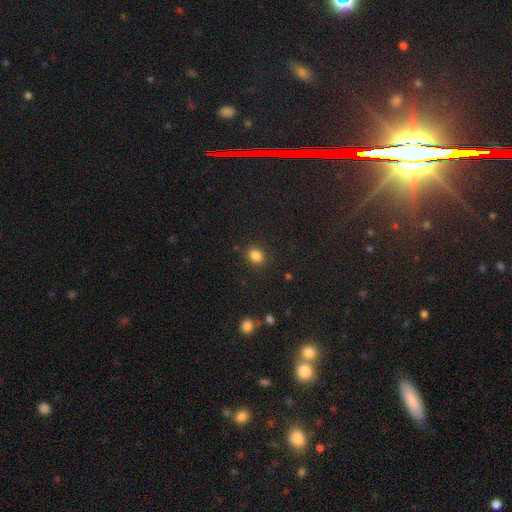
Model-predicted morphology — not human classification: Overall: smooth (84%). How rounded: in between (55%; round 44%). Merging: none (84%).